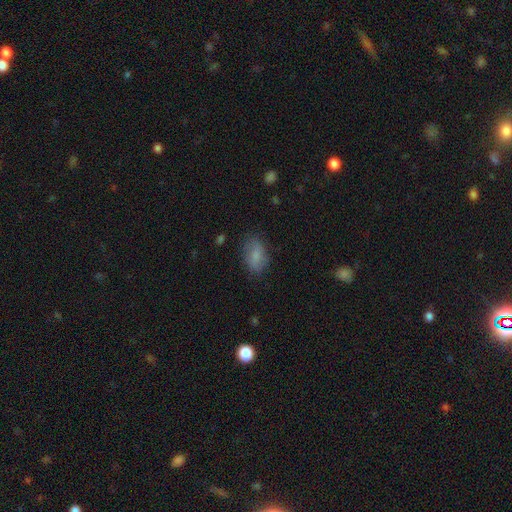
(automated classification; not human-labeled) A smooth galaxy with no disk features (80%) that is in between round and cigar-shaped (89%).

Vote fractions:
- Smooth or featured? smooth: 80% / featured or disk: 12% / star or artifact: 8%
- How rounded? in between: 89% / round: 8% / cigar-shaped: 2%
- Merging? none: 75% / minor disturbance: 18% / major disturbance: 6% / merger: 1%